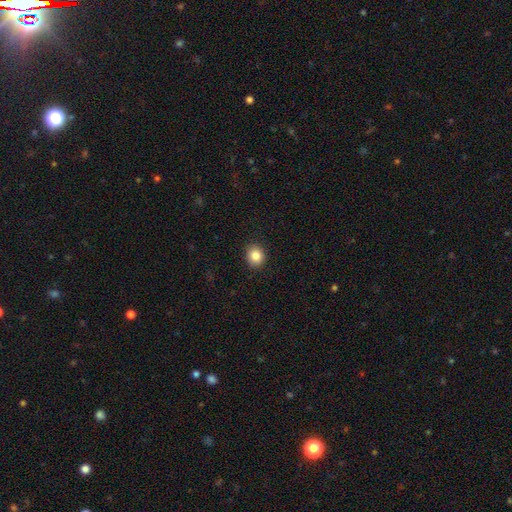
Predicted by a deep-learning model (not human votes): Smooth or featured: smooth — 85% (star or artifact — 10%)
How rounded: round — 71% (in between — 28%)
Merging: none — 91% (minor disturbance — 7%)